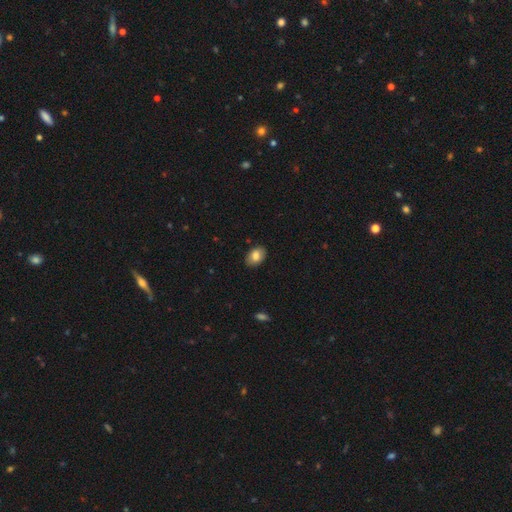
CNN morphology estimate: type=smooth (83%); roundness=in between (86%); merging=none (87%).